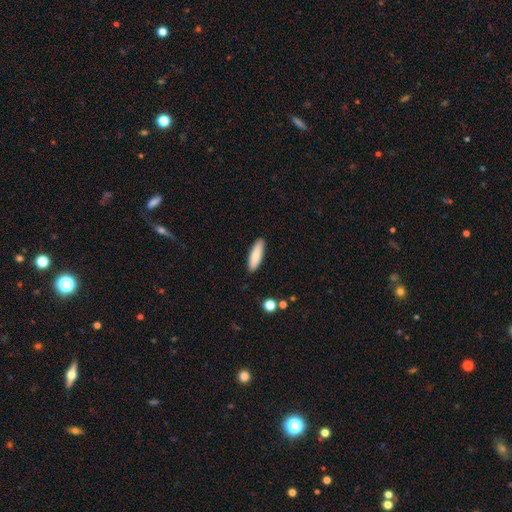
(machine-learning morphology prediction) A smooth galaxy with no disk features (83%) that is cigar-shaped (54%).

Vote fractions:
- Smooth or featured? smooth: 83% / featured or disk: 11% / star or artifact: 6%
- How rounded? cigar-shaped: 54% / in between: 45% / round: 2%
- Merging? none: 89% / minor disturbance: 8% / major disturbance: 2% / merger: 1%